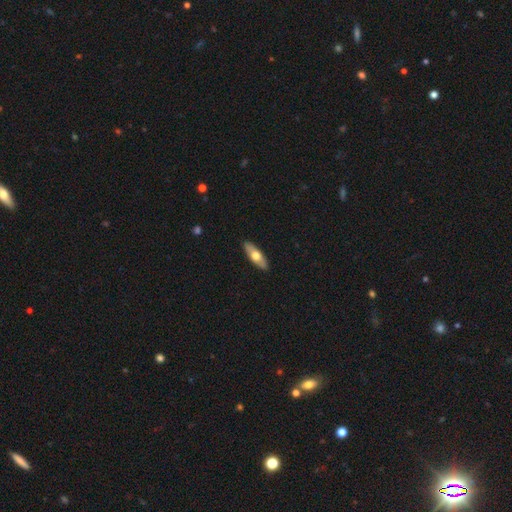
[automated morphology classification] Smooth or featured?
  - smooth: 53% *
  - featured or disk: 42%
  - star or artifact: 5%
How rounded?
  - in between: 56% *
  - cigar-shaped: 41%
  - round: 3%
Merging?
  - none: 90% *
  - minor disturbance: 8%
  - major disturbance: 2%
  - merger: 1%